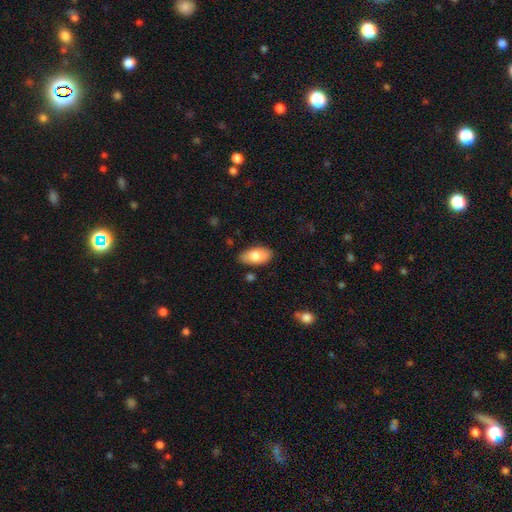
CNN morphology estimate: Smooth or featured?
  - smooth: 81% *
  - featured or disk: 13%
  - star or artifact: 6%
How rounded?
  - in between: 94% *
  - cigar-shaped: 4%
  - round: 3%
Merging?
  - none: 83% *
  - minor disturbance: 13%
  - major disturbance: 2%
  - merger: 2%